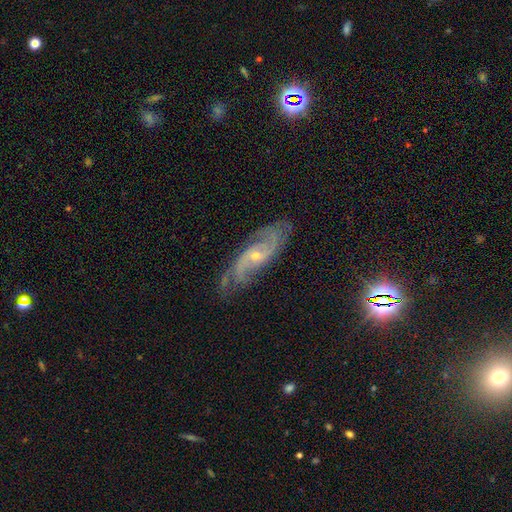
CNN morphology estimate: Smooth or featured: featured or disk — 85% (star or artifact — 9%)
Edge-on disk: no — 91% (yes — 9%)
Bar: no — 59% (weak — 33%)
Spiral arms: yes — 97% (no — 3%)
Spiral winding: medium — 48% (tight — 33%)
Spiral arm count: 2 — 59% (can't tell — 15%)
Bulge size: small — 68% (moderate — 29%)
Merging: none — 75% (minor disturbance — 18%)